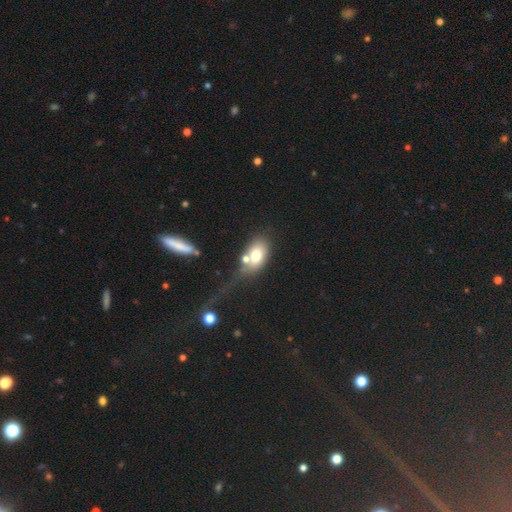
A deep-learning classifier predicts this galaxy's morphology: A smooth galaxy with no disk features (72%) that is in between round and cigar-shaped (85%). Merging: none (33%).